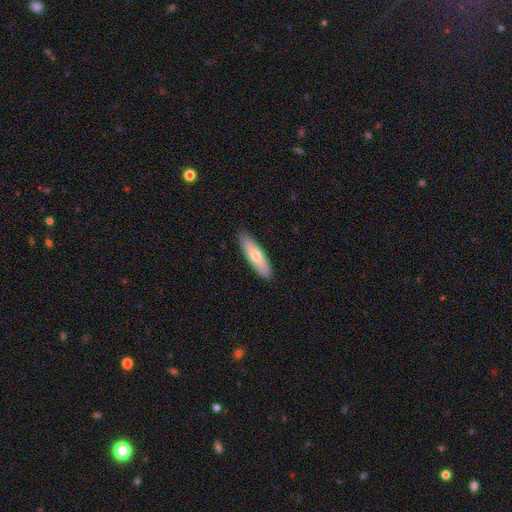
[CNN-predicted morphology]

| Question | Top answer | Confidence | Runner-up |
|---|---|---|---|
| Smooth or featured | smooth | 71% | featured or disk (24%) |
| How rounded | cigar-shaped | 58% | in between (40%) |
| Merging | none | 89% | minor disturbance (9%) |